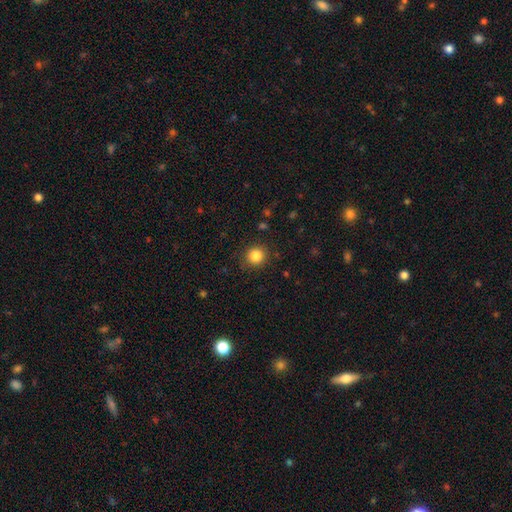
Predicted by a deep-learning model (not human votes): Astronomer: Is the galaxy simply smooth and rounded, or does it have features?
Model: smooth — 85%.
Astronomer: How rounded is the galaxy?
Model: round — 91%.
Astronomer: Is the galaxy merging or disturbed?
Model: none — 89%.